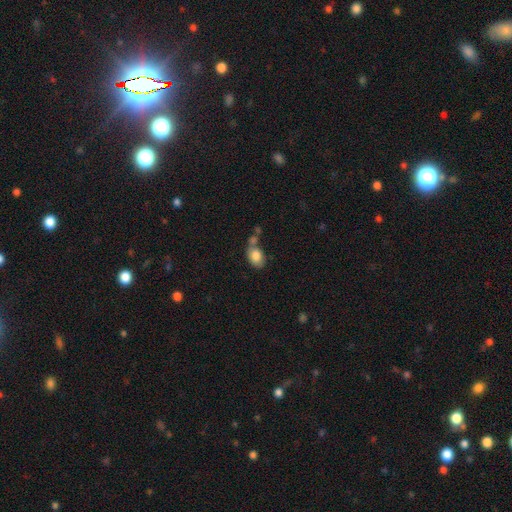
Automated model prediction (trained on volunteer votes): Smooth or featured? Predicted: smooth (p=0.82). How rounded? Predicted: in between (p=0.79). Merging? Predicted: none (p=0.41).